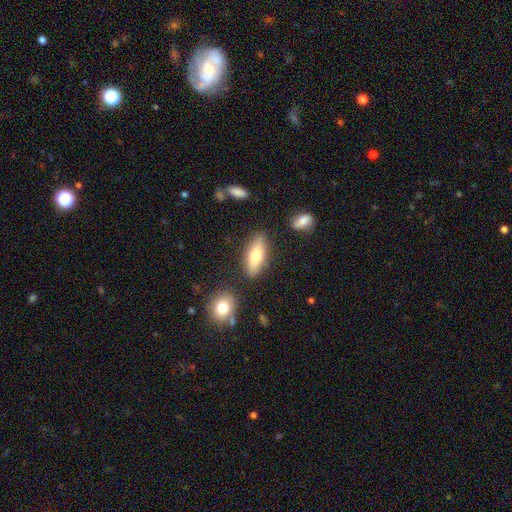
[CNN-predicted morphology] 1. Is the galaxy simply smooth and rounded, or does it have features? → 69% smooth, 24% featured or disk, 7% star or artifact.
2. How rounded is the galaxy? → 68% in between, 30% cigar-shaped, 3% round.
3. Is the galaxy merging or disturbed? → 81% none, 12% minor disturbance, 5% merger, 3% major disturbance.